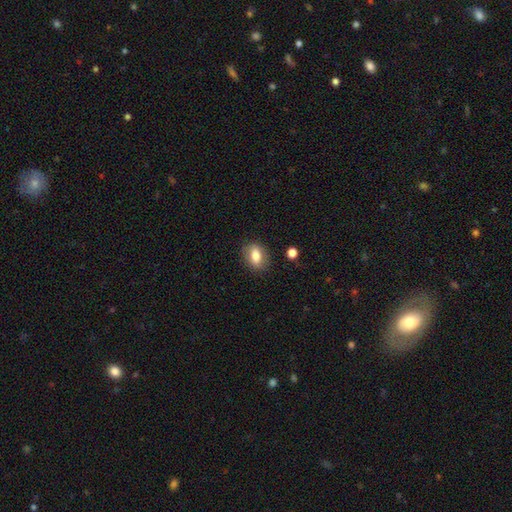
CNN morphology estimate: This appears to be a smooth galaxy with no disk features (77%) that is in between round and cigar-shaped (77%). Merging: none (83%).